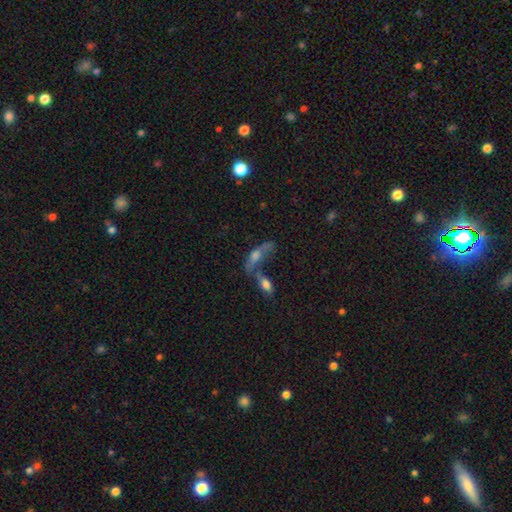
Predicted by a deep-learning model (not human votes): Smooth or featured? featured or disk (45%)
Merging? merger (44%)